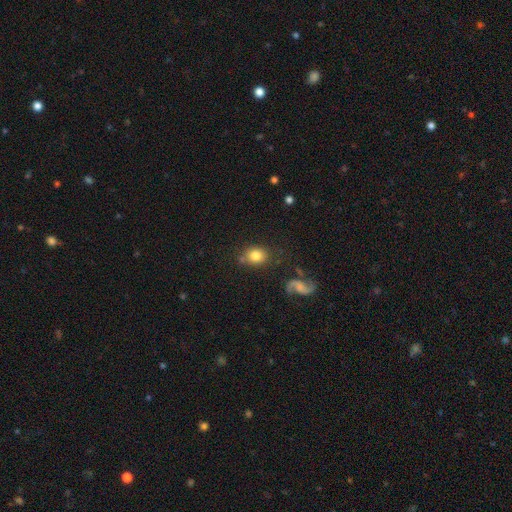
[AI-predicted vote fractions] This appears to be a smooth galaxy with no disk features (76%) that is round (59%). Merging: none (72%).